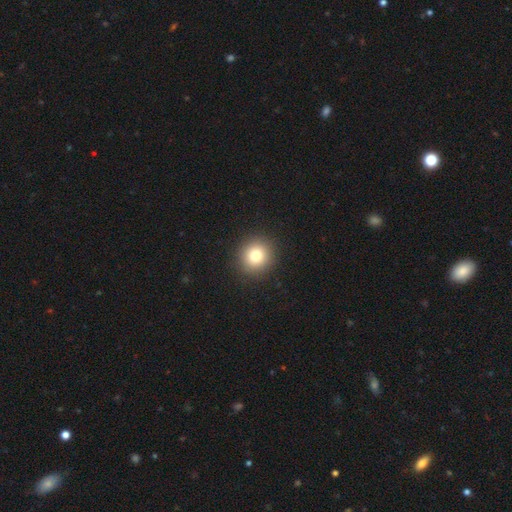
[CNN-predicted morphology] smooth 78%, star or artifact 12%, featured or disk 9%. Down the decision tree: how rounded — round (92%); merging — none (92%).